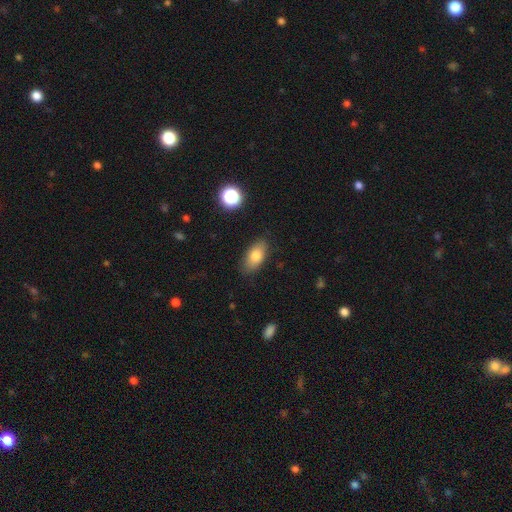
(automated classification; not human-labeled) Smooth or featured? smooth (80%)
How rounded? in between (90%)
Merging? none (84%)